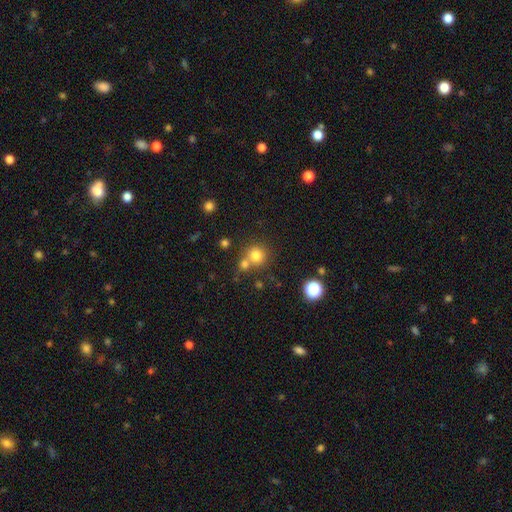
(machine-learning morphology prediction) This appears to be a smooth galaxy with no disk features (77%) that is round (91%). Merging: none (59%).